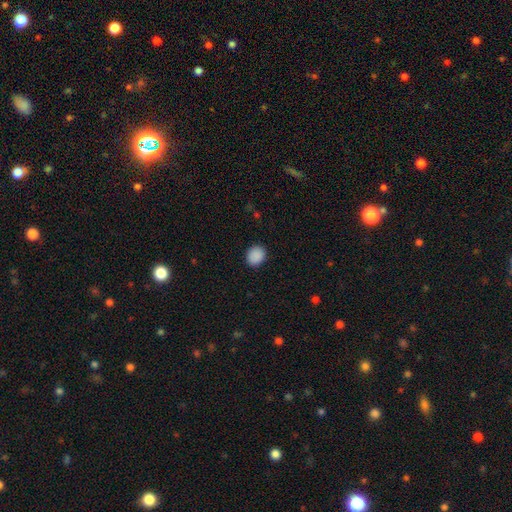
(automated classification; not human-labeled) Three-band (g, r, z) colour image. It shows a smooth galaxy with no disk features (89%) that is round (68%). Merging: none (89%).